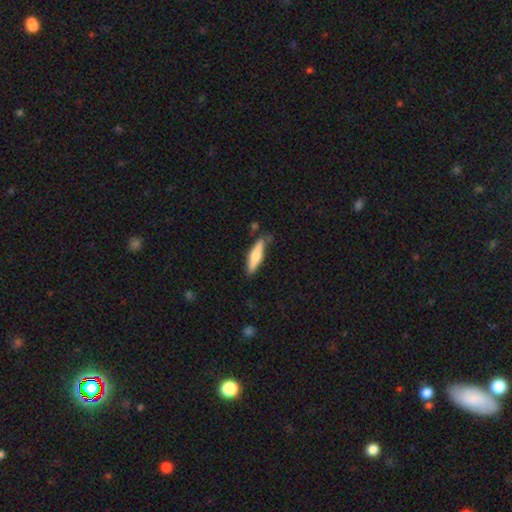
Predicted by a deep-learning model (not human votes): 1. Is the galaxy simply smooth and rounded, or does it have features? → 63% smooth, 32% featured or disk, 5% star or artifact.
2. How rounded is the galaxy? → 76% cigar-shaped, 23% in between, 2% round.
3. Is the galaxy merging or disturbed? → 76% none, 17% minor disturbance, 3% major disturbance, 3% merger.